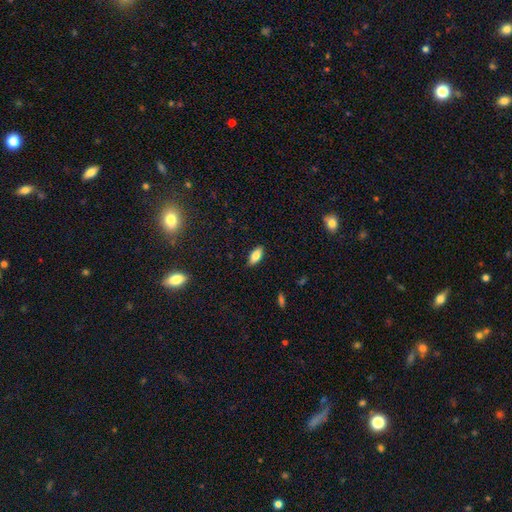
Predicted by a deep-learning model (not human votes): smooth_or_featured: smooth (p=0.80) [alt: featured or disk p=0.12]
how_rounded: in between (p=0.87) [alt: cigar-shaped p=0.10]
merging: none (p=0.87) [alt: minor disturbance p=0.10]